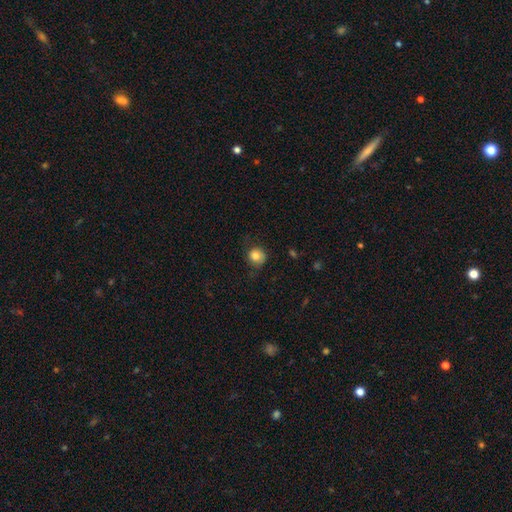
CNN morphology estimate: The model was most divided on "merging": none: 72%, minor disturbance: 20%, major disturbance: 7%, merger: 1%. More confident: how rounded — round (88%); smooth or featured — smooth (81%).